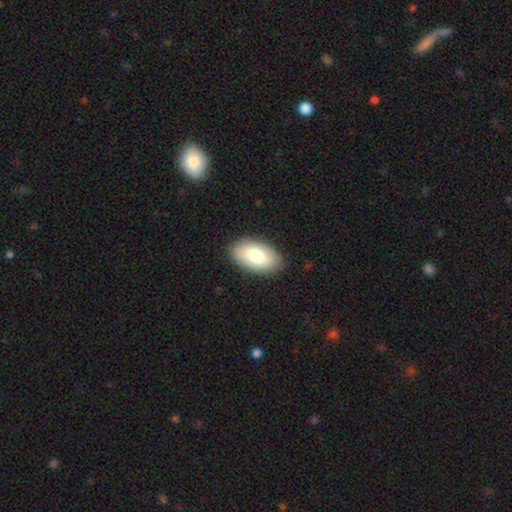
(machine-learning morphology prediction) A smooth galaxy with no disk features (80%) that is in between round and cigar-shaped (95%). Merging: none (88%).